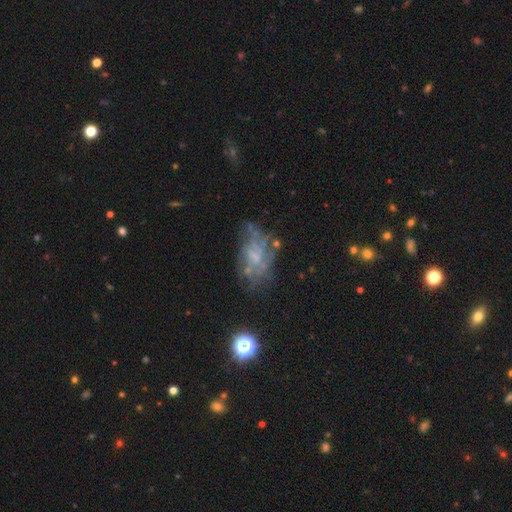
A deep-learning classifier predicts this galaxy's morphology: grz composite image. It shows a featured or disk galaxy (64%) with no bar (68%), spiral arms (52%) and no central bulge (47%). Merging: none (50%).